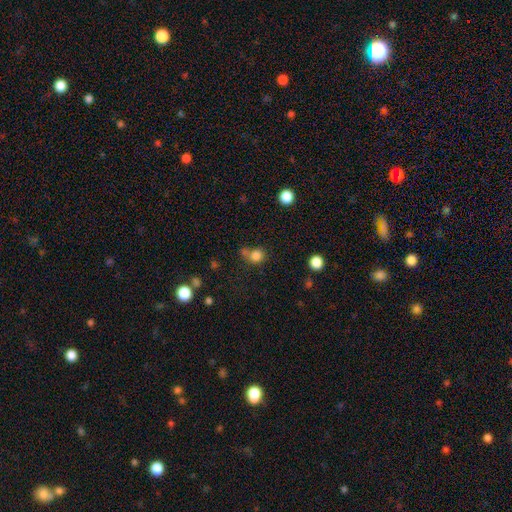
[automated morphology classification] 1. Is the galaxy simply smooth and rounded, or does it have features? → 80% smooth, 13% star or artifact, 6% featured or disk.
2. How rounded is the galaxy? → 81% round, 18% in between, 1% cigar-shaped.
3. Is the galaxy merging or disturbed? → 55% none, 26% merger, 13% minor disturbance, 6% major disturbance.